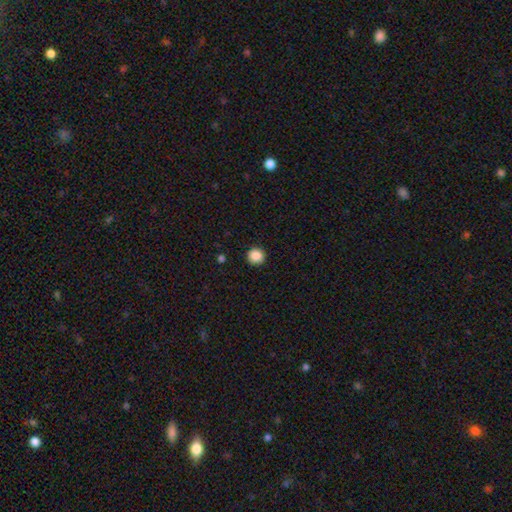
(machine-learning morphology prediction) type=smooth (88%); roundness=round (95%); merging=none (92%).